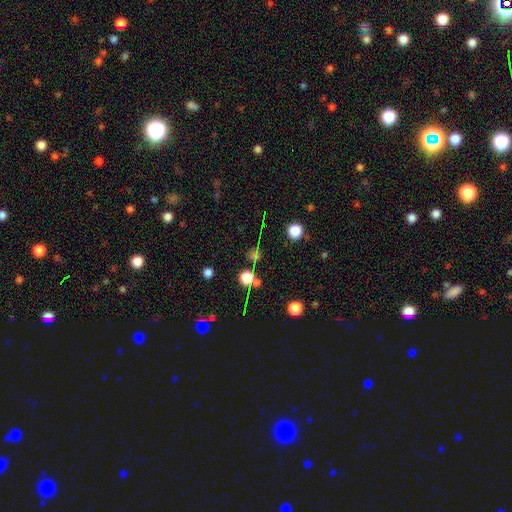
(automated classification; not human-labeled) A star or artifact, not a galaxy (49%).

Vote fractions:
- Smooth or featured? star or artifact: 49% / smooth: 40% / featured or disk: 11%